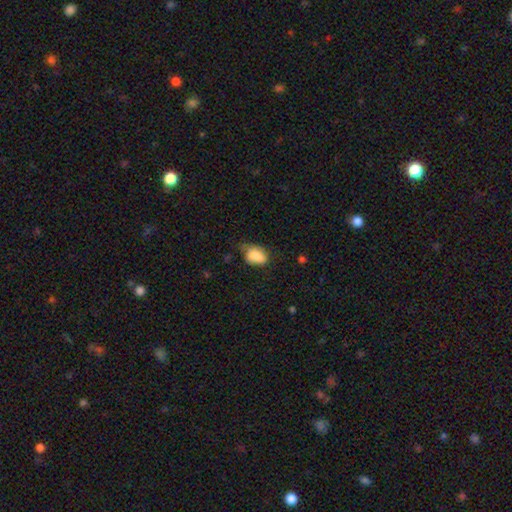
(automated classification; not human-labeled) smooth 84%, star or artifact 8%, featured or disk 8%. Down the decision tree: how rounded — in between (84%); merging — none (46%).